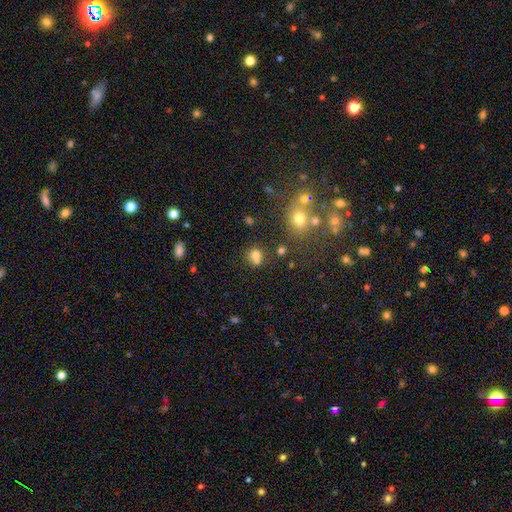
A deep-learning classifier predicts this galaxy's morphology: Smooth or featured? Predicted: smooth (p=0.74). How rounded? Predicted: round (p=0.85). Merging? Predicted: none (p=0.58).